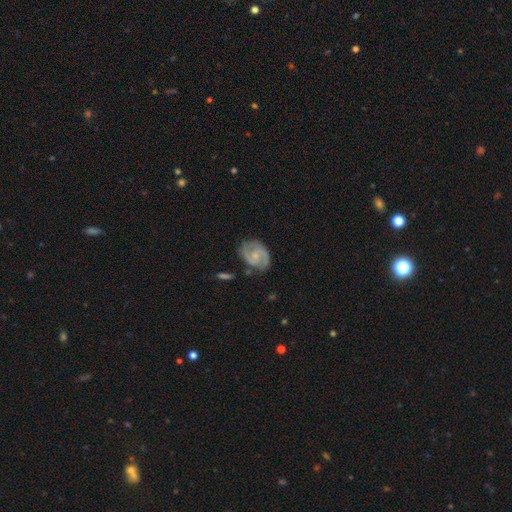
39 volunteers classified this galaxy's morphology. smooth_or_featured: featured or disk (p=0.87) [alt: star or artifact p=0.08]
disk_edge_on: no (p=0.97) [alt: yes p=0.03]
bar: no (p=0.61) [alt: weak p=0.30]
has_spiral_arms: yes (p=0.88) [alt: no p=0.12]
spiral_winding: tight (p=0.52) [alt: medium p=0.41]
spiral_arm_count: 2 (p=0.86) [alt: 3 p=0.07]
bulge_size: small (p=0.42) [alt: moderate p=0.36]
merging: none (p=0.75) [alt: minor disturbance p=0.17]